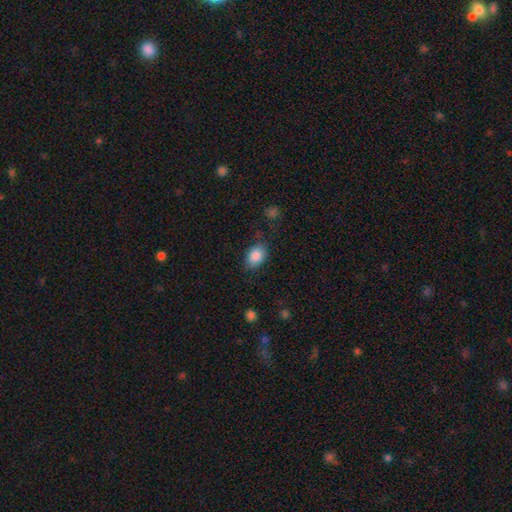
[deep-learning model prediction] Smooth or featured? smooth (87%)
How rounded? in between (79%)
Merging? none (74%)